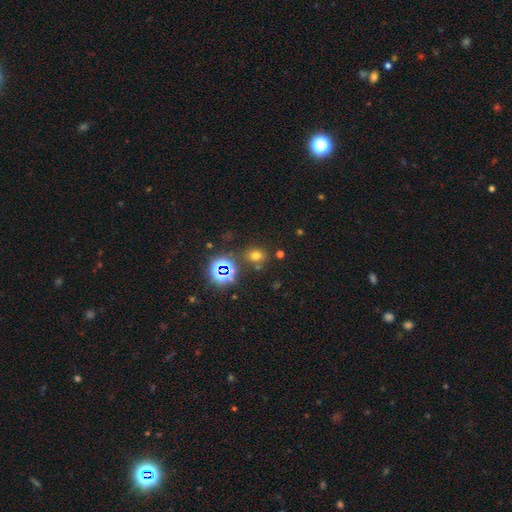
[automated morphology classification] Overall: smooth (62%; star or artifact 30%). How rounded: round (59%; in between 39%). Merging: none (78%).